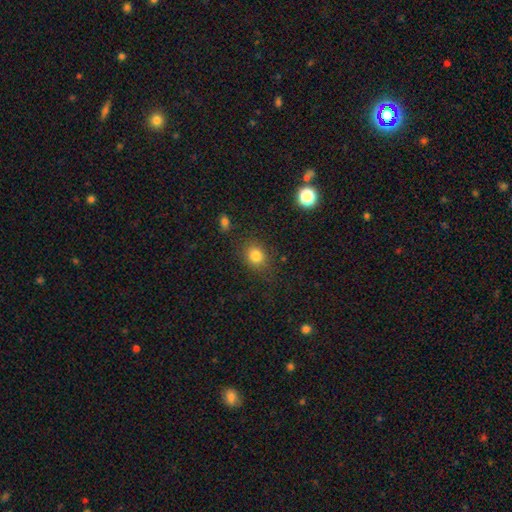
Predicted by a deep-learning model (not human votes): Smooth or featured?
  - smooth: 82% *
  - star or artifact: 12%
  - featured or disk: 6%
How rounded?
  - round: 64% *
  - in between: 35%
  - cigar-shaped: 1%
Merging?
  - none: 81% *
  - minor disturbance: 12%
  - major disturbance: 5%
  - merger: 2%